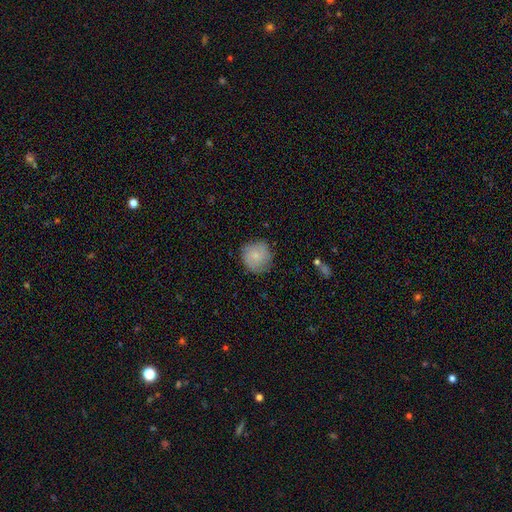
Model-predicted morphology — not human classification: This is likely a smooth galaxy (70%). How rounded: clearly round (91%). Merging: likely none (73%).